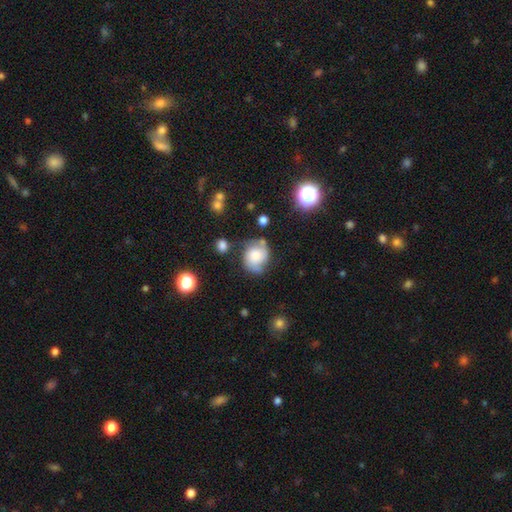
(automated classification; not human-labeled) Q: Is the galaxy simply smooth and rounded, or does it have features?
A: featured or disk — 47%.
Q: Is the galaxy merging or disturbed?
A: none — 56%.